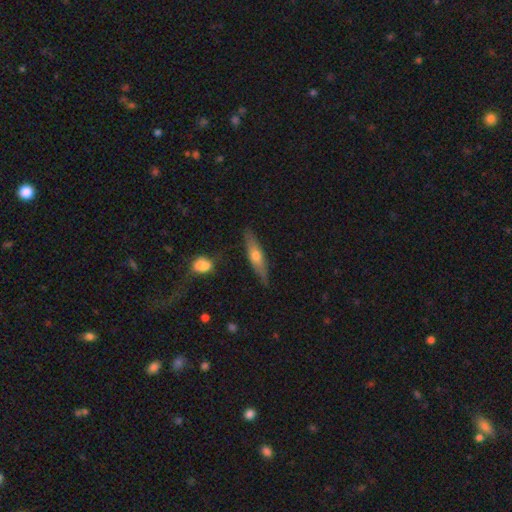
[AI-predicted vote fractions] smooth-or-featured: featured or disk: 49% | smooth: 45% | star or artifact: 6%
  merging: none: 82% | minor disturbance: 13% | merger: 3% | major disturbance: 3%